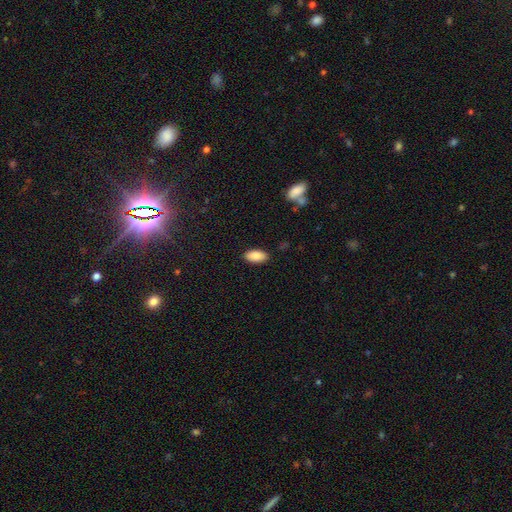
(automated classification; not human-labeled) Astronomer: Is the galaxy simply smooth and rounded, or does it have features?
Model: smooth — 87%.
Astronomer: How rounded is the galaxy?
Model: in between — 92%.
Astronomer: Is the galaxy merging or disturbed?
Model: none — 88%.